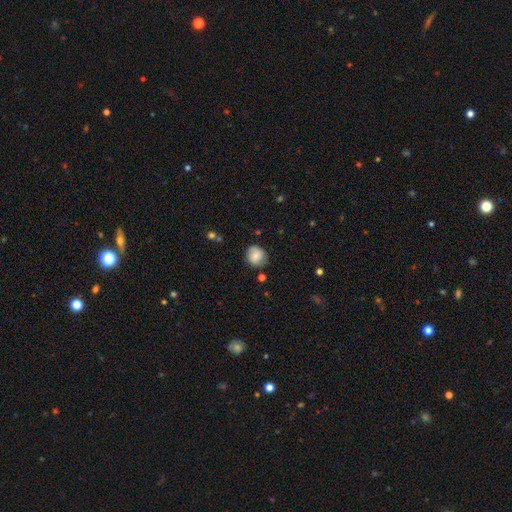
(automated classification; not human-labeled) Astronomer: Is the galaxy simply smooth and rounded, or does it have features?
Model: smooth — 74%.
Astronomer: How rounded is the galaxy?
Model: round — 83%.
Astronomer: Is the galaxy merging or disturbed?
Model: none — 73%.